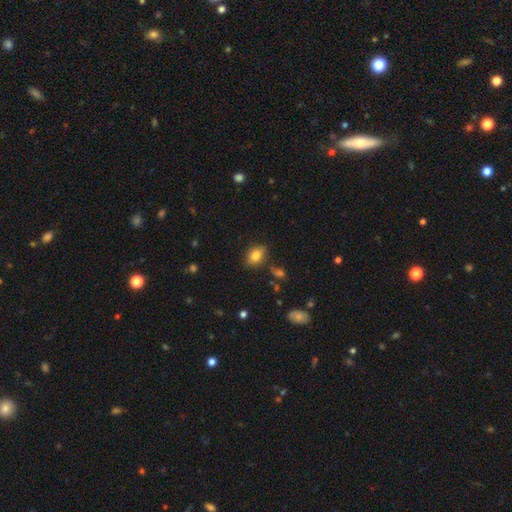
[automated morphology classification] Q: Smooth or featured?
A: smooth (81%); runner-up: star or artifact (10%)
Q: How rounded?
A: in between (80%); runner-up: round (18%)
Q: Merging?
A: none (79%); runner-up: minor disturbance (15%)